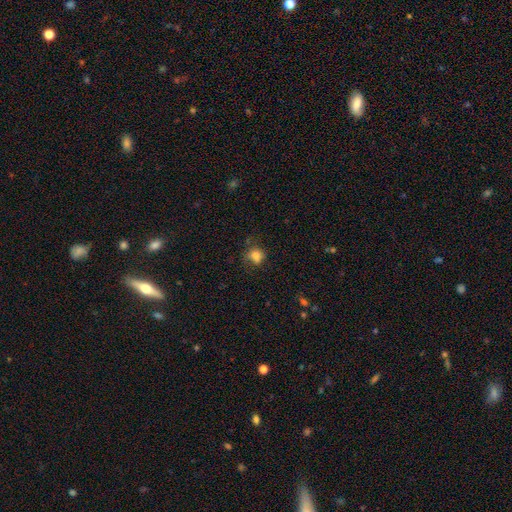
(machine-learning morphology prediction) Overall: smooth (80%). How rounded: round (70%). Merging: none (59%; minor disturbance 26%).